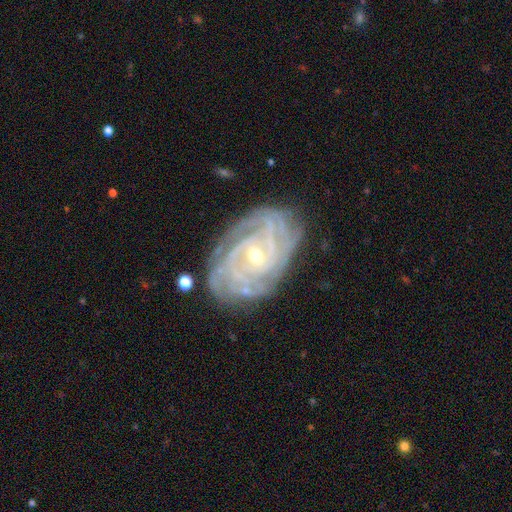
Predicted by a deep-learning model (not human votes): smooth_or_featured: featured or disk (p=0.89) [alt: smooth p=0.06]
disk_edge_on: no (p=0.96) [alt: yes p=0.04]
bar: no (p=0.54) [alt: weak p=0.33]
has_spiral_arms: yes (p=0.97) [alt: no p=0.03]
spiral_winding: tight (p=0.78) [alt: medium p=0.18]
spiral_arm_count: can't tell (p=0.28) [alt: 4 p=0.21]
bulge_size: small (p=0.56) [alt: moderate p=0.41]
merging: none (p=0.73) [alt: minor disturbance p=0.19]